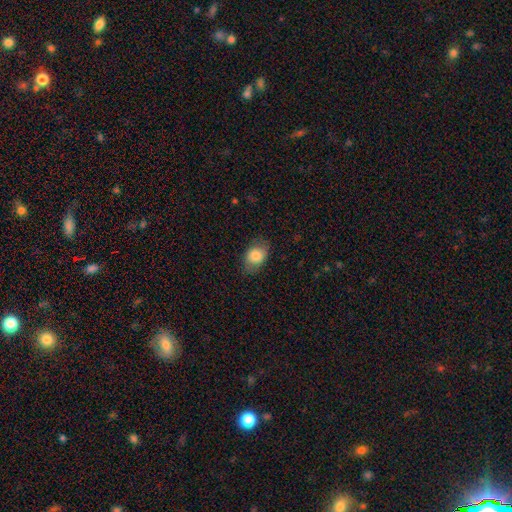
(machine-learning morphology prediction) smooth_or_featured: smooth (p=0.81) [alt: featured or disk p=0.11]
how_rounded: in between (p=0.75) [alt: round p=0.24]
merging: none (p=0.78) [alt: minor disturbance p=0.16]